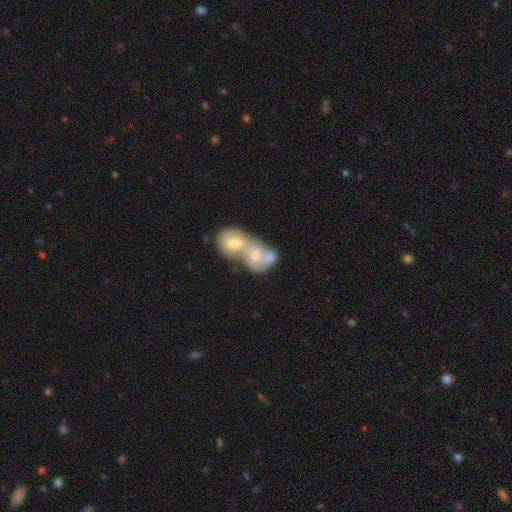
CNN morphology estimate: smooth 55%, featured or disk 37%, star or artifact 8%. Down the decision tree: how rounded — in between (56%); merging — merger (83%).